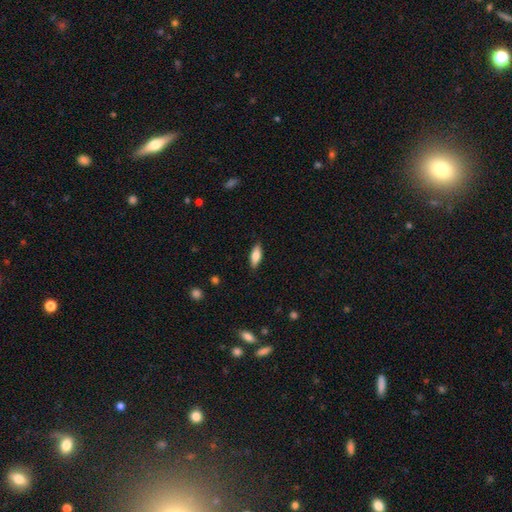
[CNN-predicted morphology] This is likely a smooth galaxy (78%). How rounded: likely in between (72%). Merging: clearly none (87%).